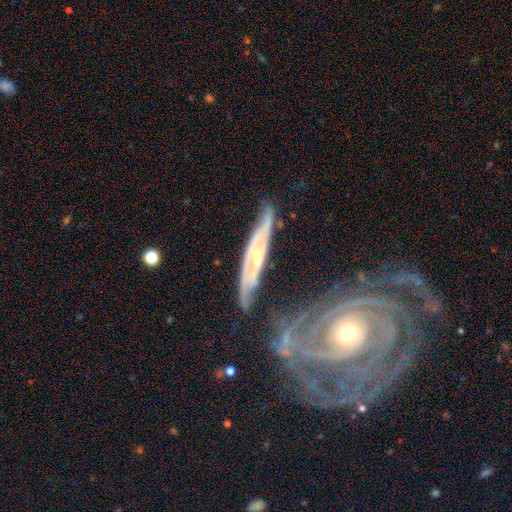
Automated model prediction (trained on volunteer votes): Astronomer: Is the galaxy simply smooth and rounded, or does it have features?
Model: featured or disk — 81%.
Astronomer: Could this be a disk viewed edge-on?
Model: no — 60% (runner-up: yes, 40%).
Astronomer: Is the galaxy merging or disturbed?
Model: none — 67%.